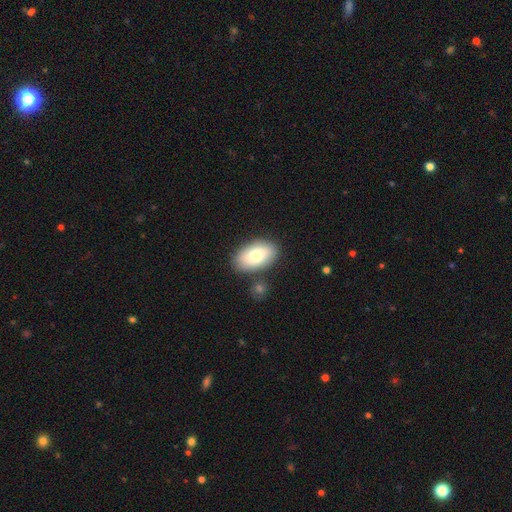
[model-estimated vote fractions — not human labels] A smooth galaxy with no disk features (75%) that is in between round and cigar-shaped (93%).

Vote fractions:
- Smooth or featured? smooth: 75% / featured or disk: 19% / star or artifact: 6%
- How rounded? in between: 93% / round: 5% / cigar-shaped: 2%
- Merging? none: 79% / minor disturbance: 11% / merger: 7% / major disturbance: 3%